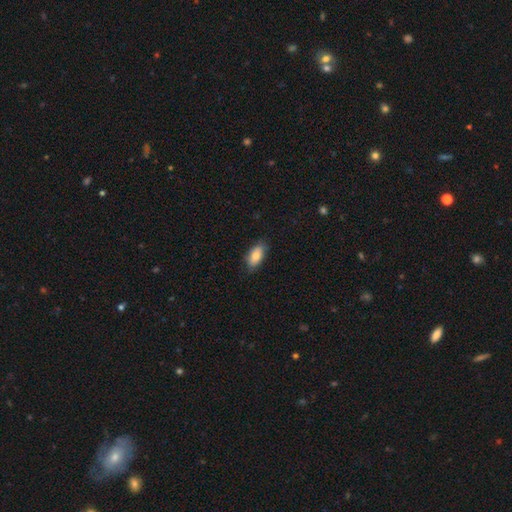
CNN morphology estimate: smooth 82%, featured or disk 12%, star or artifact 7%. Down the decision tree: how rounded — in between (90%); merging — none (82%).